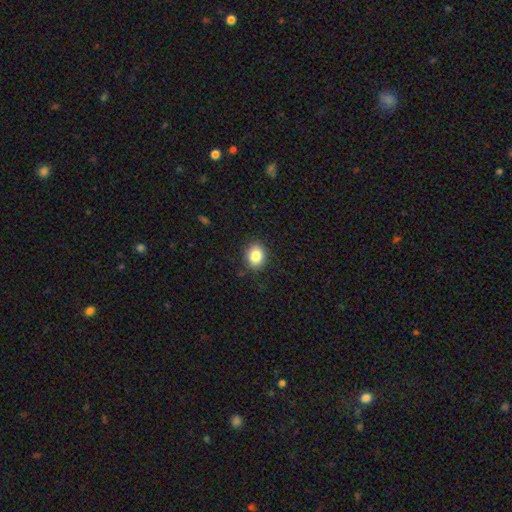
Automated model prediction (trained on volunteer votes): This appears to be a smooth galaxy with no disk features (84%) that is round (60%). Merging: none (88%).